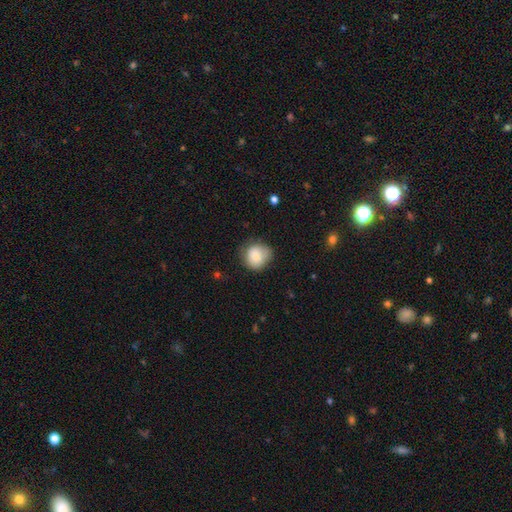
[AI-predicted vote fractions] Smooth or featured? Predicted: smooth (p=0.79). How rounded? Predicted: round (p=0.82). Merging? Predicted: none (p=0.64).